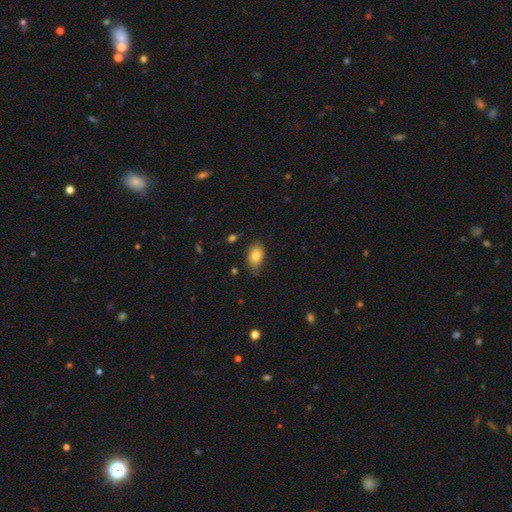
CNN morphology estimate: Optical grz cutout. It shows a smooth galaxy with no disk features (80%) that is in between round and cigar-shaped (87%). Merging: none (68%).